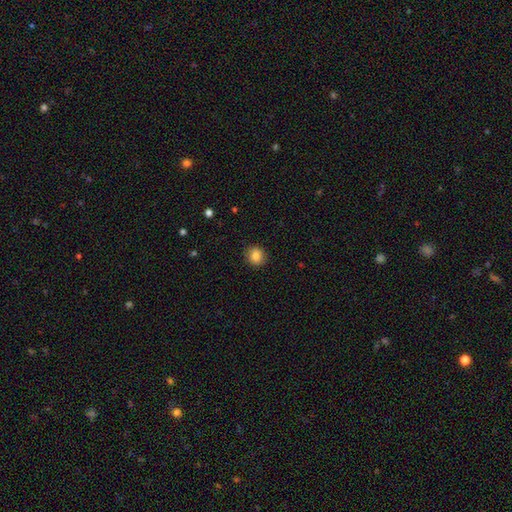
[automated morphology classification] This is clearly a smooth galaxy (84%). How rounded: clearly round (81%). Merging: clearly none (88%).